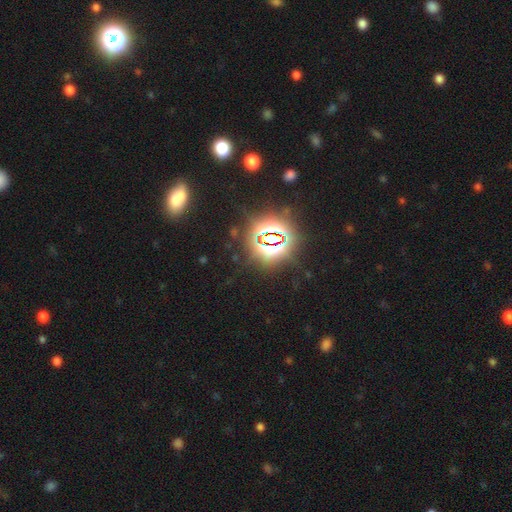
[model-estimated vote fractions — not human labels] This is likely a star or artifact rather than a galaxy (78%).